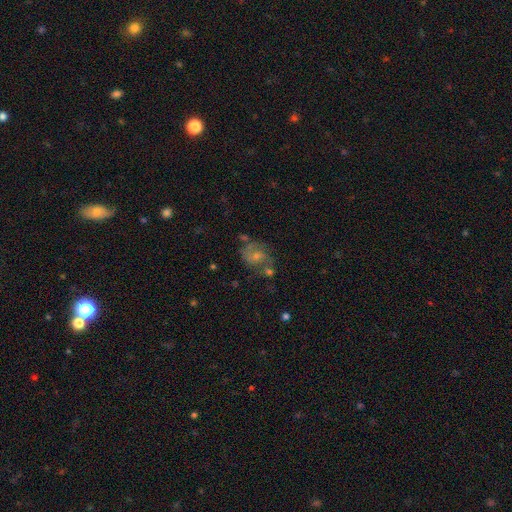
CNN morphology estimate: This is likely a featured or disk galaxy (60%). It is clearly not viewed edge-on (98%). Bar: possibly no (58%). Spiral arm pattern: clearly yes (83%). Central bulge: possibly small (52%). Merging: possibly none (47%).